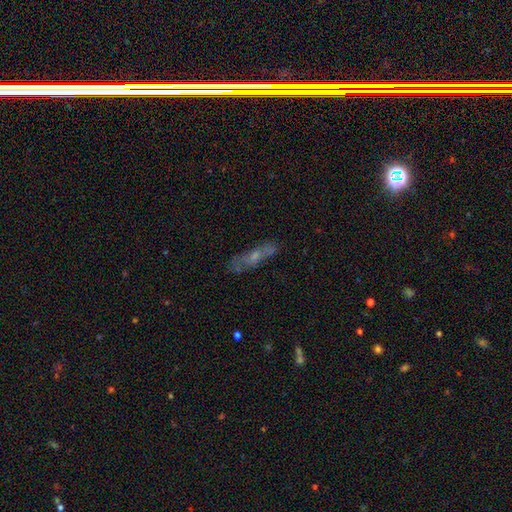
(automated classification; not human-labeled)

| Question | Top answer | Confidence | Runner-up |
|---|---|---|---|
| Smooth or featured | featured or disk | 47% | smooth (40%) |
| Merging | none | 65% | minor disturbance (20%) |